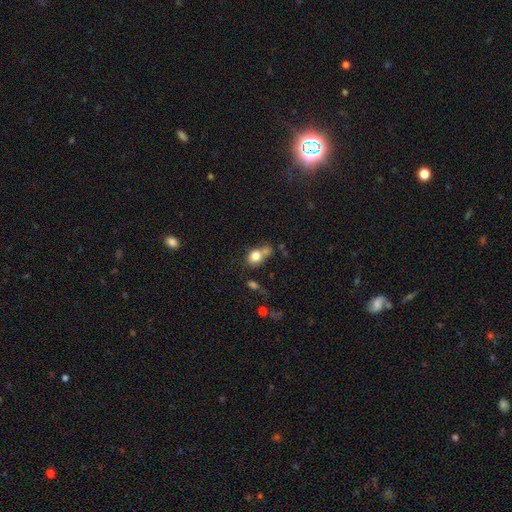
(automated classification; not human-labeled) Smooth or featured?
  - smooth: 78% *
  - featured or disk: 12%
  - star or artifact: 10%
How rounded?
  - in between: 54% *
  - round: 45%
  - cigar-shaped: 2%
Merging?
  - none: 38% *
  - merger: 37%
  - minor disturbance: 17%
  - major disturbance: 9%